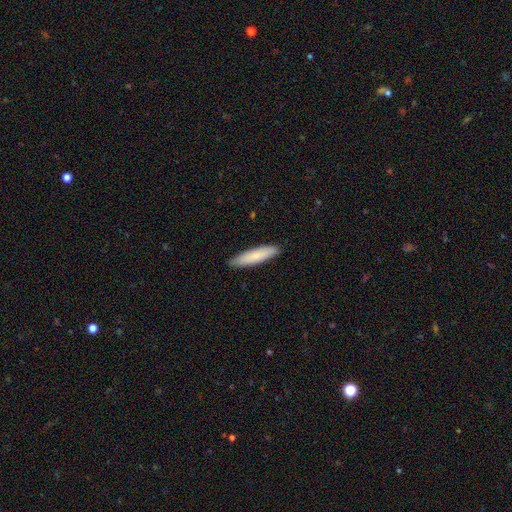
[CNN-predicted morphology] The model was most divided on "smooth or featured": smooth: 79%, featured or disk: 15%, star or artifact: 6%. More confident: merging — none (90%); how rounded — cigar-shaped (82%).